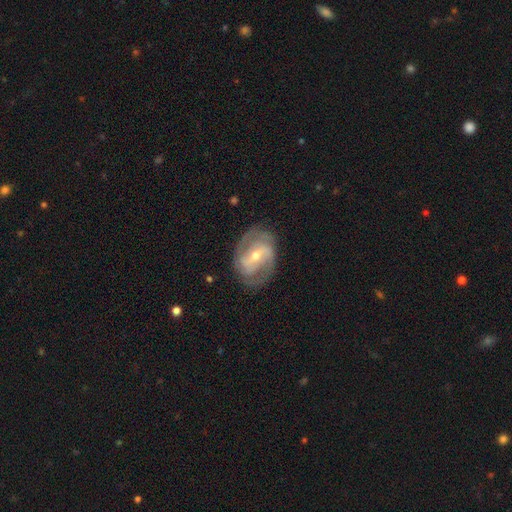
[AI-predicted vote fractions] A featured or disk galaxy (86%) with a weak bar (41%), 2 (66%) medium (45%) spiral arms (93%) and a small central bulge (51%).

Vote fractions:
- Smooth or featured? featured or disk: 86% / smooth: 9% / star or artifact: 5%
- Edge-on disk? no: 96% / yes: 4%
- Bar? weak: 41% / strong: 38% / no: 21%
- Spiral arms? yes: 93% / no: 7%
- Spiral winding? medium: 45% / tight: 40% / loose: 15%
- Spiral arm count? 2: 66% / can't tell: 13% / 3: 13% / 4: 3% / 1: 3% / more than 4: 2%
- Bulge size? small: 51% / moderate: 46% / large: 1% / none: 1% / dominant: 1%
- Merging? none: 76% / minor disturbance: 16% / major disturbance: 7% / merger: 1%